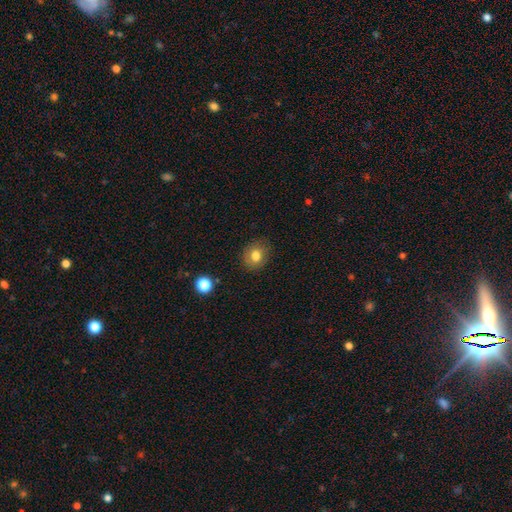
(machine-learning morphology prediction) smooth_or_featured: smooth (p=0.77) [alt: featured or disk p=0.12]
how_rounded: round (p=0.69) [alt: in between p=0.30]
merging: none (p=0.83) [alt: minor disturbance p=0.12]